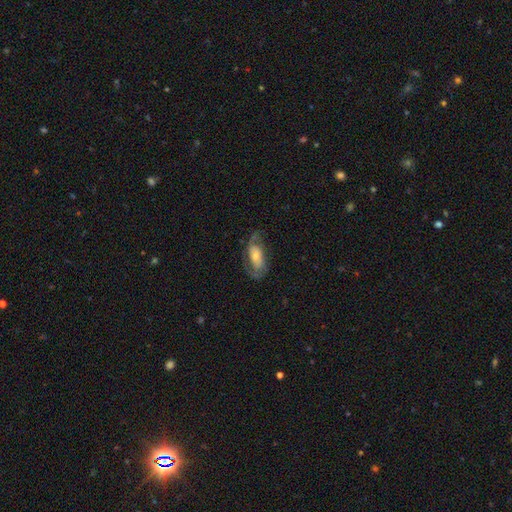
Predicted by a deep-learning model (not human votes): featured or disk 71%, smooth 22%, star or artifact 7%. Down the decision tree: edge-on disk — no (93%); bar — no (53%); spiral arms — yes (87%); spiral arm count — 2 (81%); spiral winding — medium (47%); bulge size — moderate (43%); merging — none (64%).